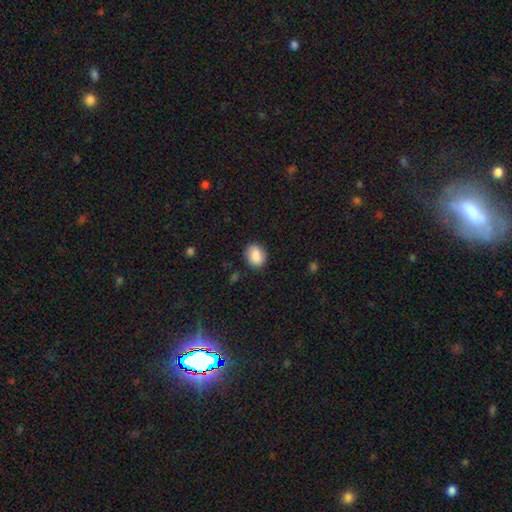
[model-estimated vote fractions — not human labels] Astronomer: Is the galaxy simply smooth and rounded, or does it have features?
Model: smooth — 87%.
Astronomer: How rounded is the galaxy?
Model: round — 52% (runner-up: in between, 47%).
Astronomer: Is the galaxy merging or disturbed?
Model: none — 85%.